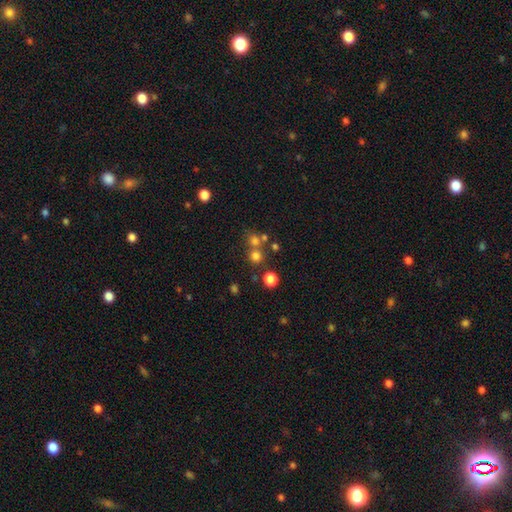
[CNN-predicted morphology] This appears to be a smooth galaxy with no disk features (69%) that is round (90%). Merging: none (61%).